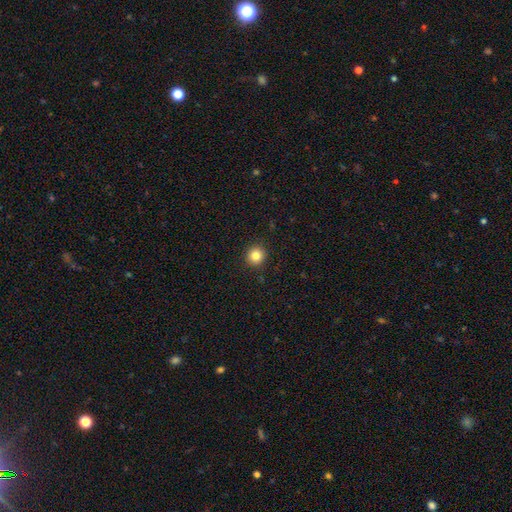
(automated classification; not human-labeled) A smooth galaxy with no disk features (82%) that is round (93%).

Vote fractions:
- Smooth or featured? smooth: 82% / star or artifact: 12% / featured or disk: 6%
- How rounded? round: 93% / in between: 6% / cigar-shaped: 1%
- Merging? none: 92% / minor disturbance: 5% / major disturbance: 2% / merger: 1%